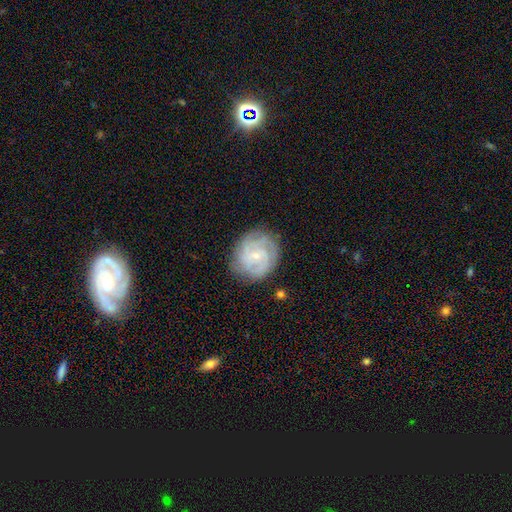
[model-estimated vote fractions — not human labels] Q: Smooth or featured?
A: featured or disk (80%); runner-up: smooth (14%)
Q: Edge-on disk?
A: no (98%); runner-up: yes (2%)
Q: Bar?
A: no (68%); runner-up: weak (28%)
Q: Spiral arms?
A: yes (95%); runner-up: no (5%)
Q: Spiral winding?
A: tight (68%); runner-up: medium (27%)
Q: Spiral arm count?
A: 3 (29%); runner-up: can't tell (26%)
Q: Bulge size?
A: small (79%); runner-up: moderate (17%)
Q: Merging?
A: none (79%); runner-up: minor disturbance (15%)